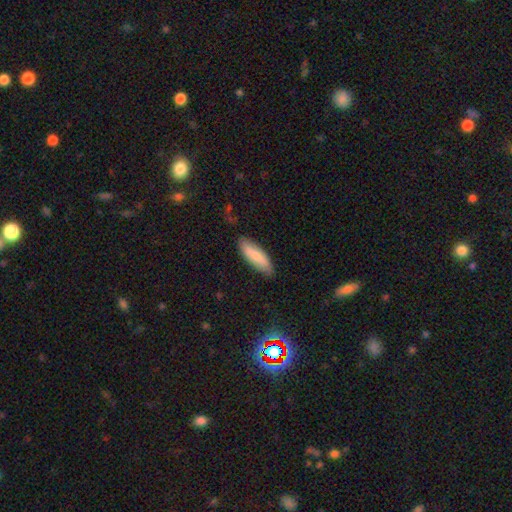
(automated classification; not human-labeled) Smooth or featured?
  - smooth: 82% *
  - featured or disk: 12%
  - star or artifact: 6%
How rounded?
  - in between: 53% *
  - cigar-shaped: 45%
  - round: 2%
Merging?
  - none: 83% *
  - minor disturbance: 14%
  - major disturbance: 2%
  - merger: 1%